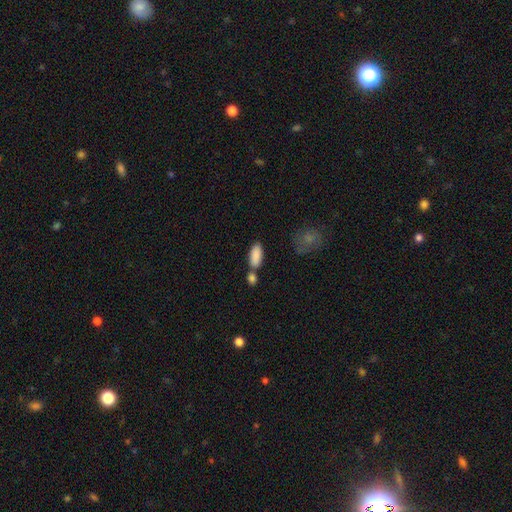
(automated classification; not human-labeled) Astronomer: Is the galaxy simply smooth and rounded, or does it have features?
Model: smooth — 88%.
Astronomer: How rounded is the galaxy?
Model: in between — 85%.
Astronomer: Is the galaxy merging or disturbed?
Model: none — 56%.